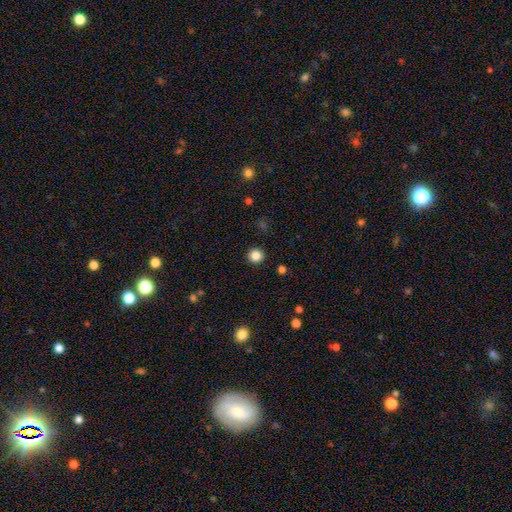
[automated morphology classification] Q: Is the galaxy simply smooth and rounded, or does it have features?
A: smooth — 85%.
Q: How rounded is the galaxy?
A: round — 94%.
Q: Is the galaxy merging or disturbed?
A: none — 92%.